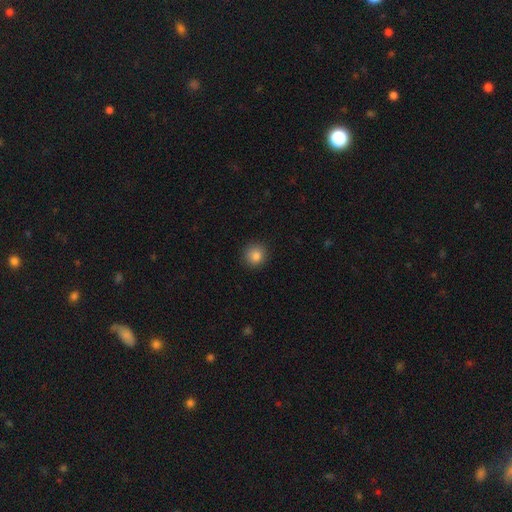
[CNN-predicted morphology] A smooth galaxy with no disk features (85%) that is round (92%). Merging: none (91%).